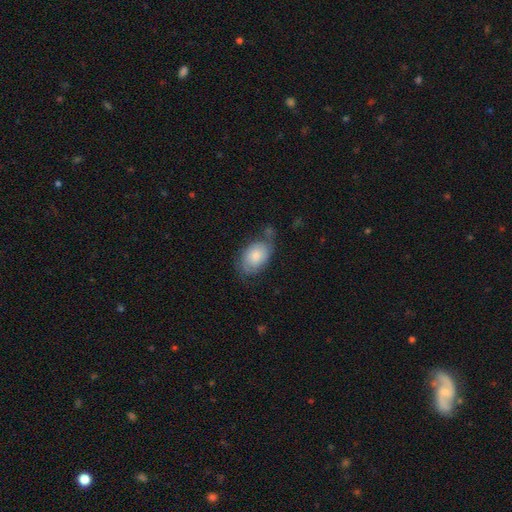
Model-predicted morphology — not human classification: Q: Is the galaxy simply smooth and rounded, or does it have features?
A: smooth — 68%.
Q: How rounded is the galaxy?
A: in between — 87%.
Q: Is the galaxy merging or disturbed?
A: none — 47%.